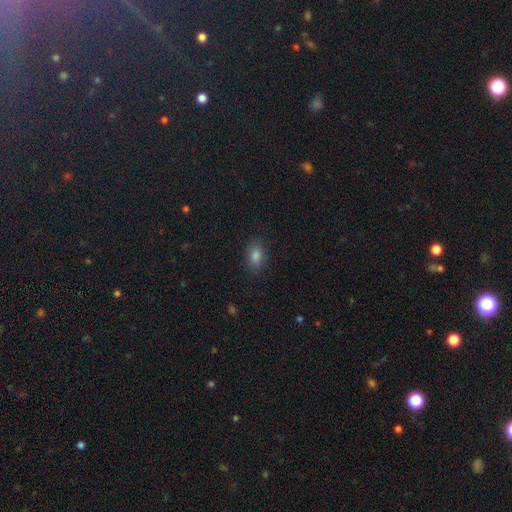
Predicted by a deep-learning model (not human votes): Smooth or featured? smooth (81%)
How rounded? in between (86%)
Merging? none (86%)